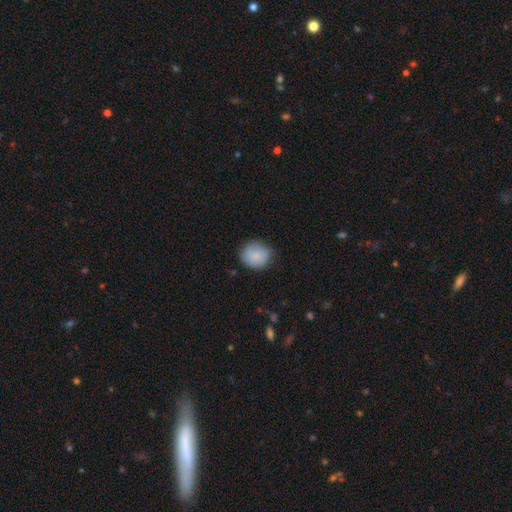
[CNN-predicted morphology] Smooth or featured? smooth (85%)
How rounded? round (78%)
Merging? none (76%)